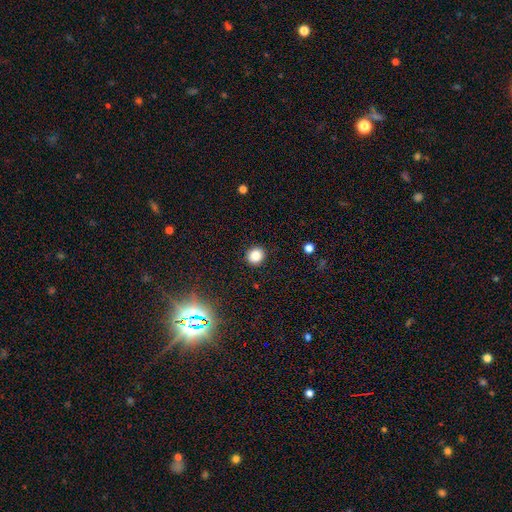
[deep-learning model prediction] Smooth or featured: smooth — 83% (star or artifact — 12%)
How rounded: round — 85% (in between — 14%)
Merging: none — 91% (minor disturbance — 6%)